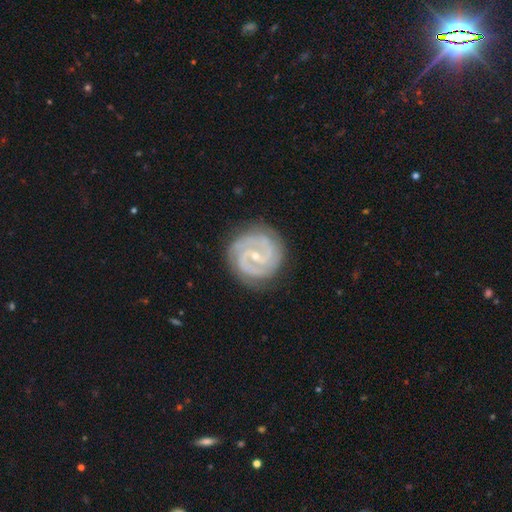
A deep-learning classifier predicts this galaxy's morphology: type=featured or disk (90%); edge-on=no (98%); bar=weak (45%); spiral arms=yes (98%); winding=tight (64%); arm count=2 (54%); bulge=small (72%); merging=none (83%).